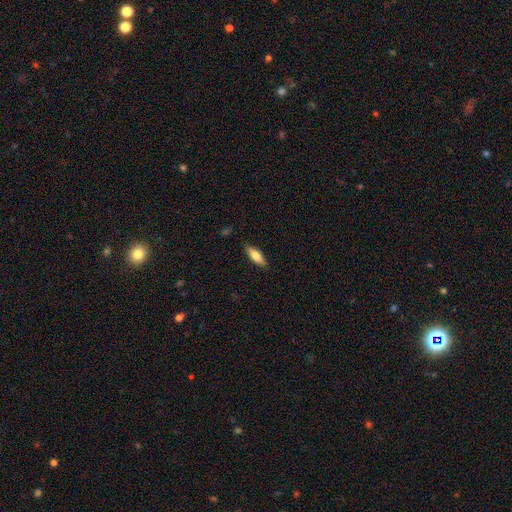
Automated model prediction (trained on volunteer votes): Smooth or featured?
  - smooth: 72% *
  - featured or disk: 22%
  - star or artifact: 6%
How rounded?
  - in between: 53% *
  - cigar-shaped: 45%
  - round: 2%
Merging?
  - none: 86% *
  - minor disturbance: 11%
  - major disturbance: 2%
  - merger: 1%